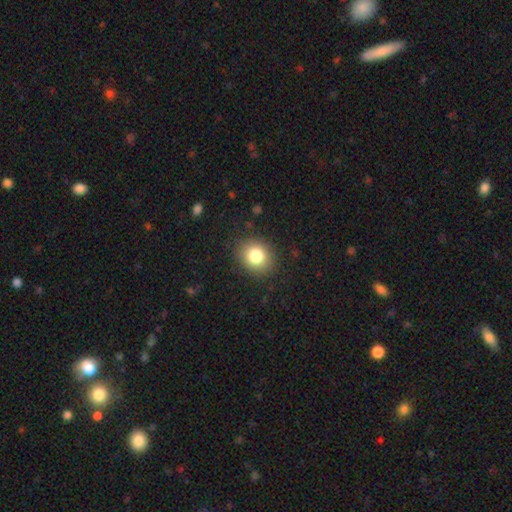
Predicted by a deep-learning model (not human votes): Q: Smooth or featured?
A: smooth (82%); runner-up: star or artifact (10%)
Q: How rounded?
A: round (73%); runner-up: in between (26%)
Q: Merging?
A: none (88%); runner-up: minor disturbance (8%)